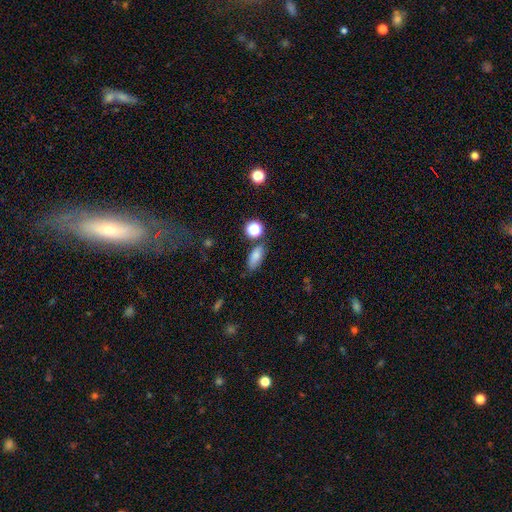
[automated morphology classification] This is clearly a smooth galaxy (81%). How rounded: likely in between (79%). Merging: likely none (72%).